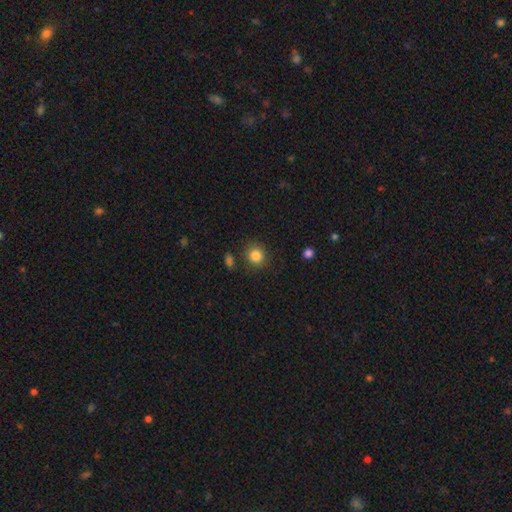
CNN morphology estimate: This appears to be a smooth galaxy with no disk features (85%) that is round (86%). Merging: none (84%).